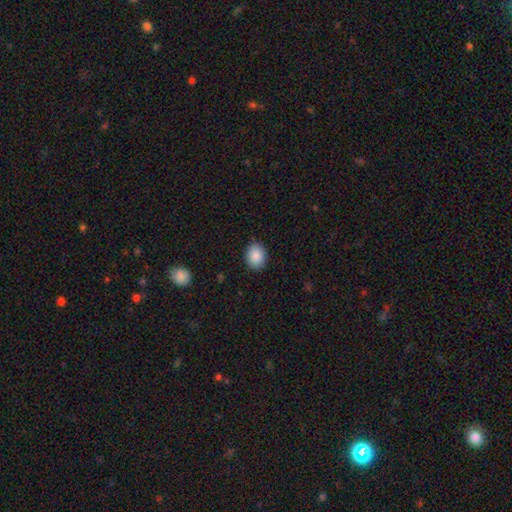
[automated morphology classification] smooth 88%, star or artifact 8%, featured or disk 4%. Down the decision tree: how rounded — in between (52%); merging — none (86%).